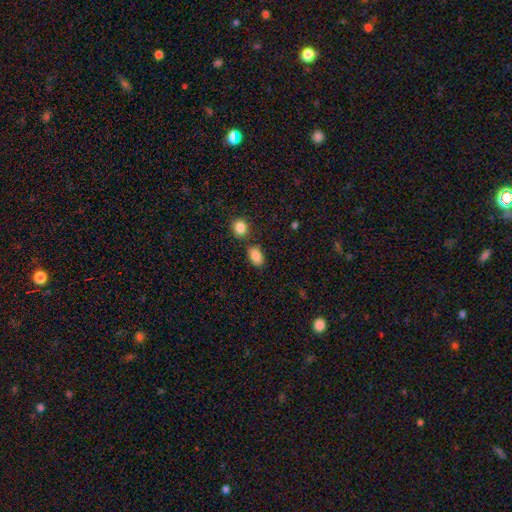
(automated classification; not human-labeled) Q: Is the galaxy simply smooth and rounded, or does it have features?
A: smooth — 87%.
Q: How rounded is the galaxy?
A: in between — 89%.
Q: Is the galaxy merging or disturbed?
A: none — 74%.